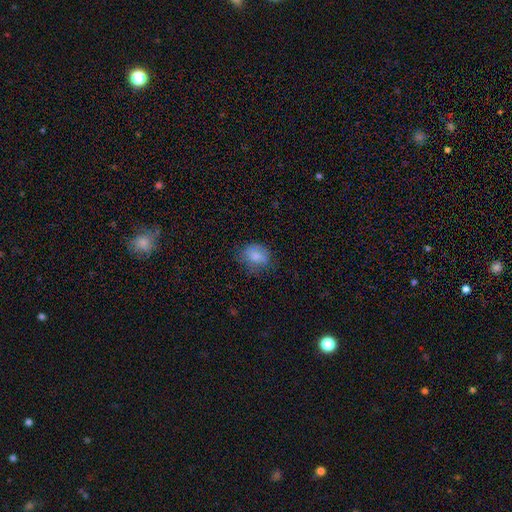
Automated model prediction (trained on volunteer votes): Smooth or featured?
  - smooth: 77% *
  - featured or disk: 13%
  - star or artifact: 9%
How rounded?
  - round: 52% *
  - in between: 47%
  - cigar-shaped: 1%
Merging?
  - none: 64% *
  - minor disturbance: 25%
  - major disturbance: 10%
  - merger: 1%